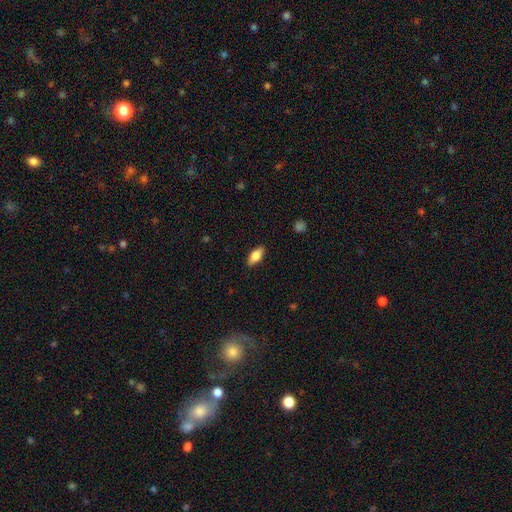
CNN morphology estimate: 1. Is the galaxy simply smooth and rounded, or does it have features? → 77% smooth, 16% featured or disk, 7% star or artifact.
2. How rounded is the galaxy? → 84% in between, 13% cigar-shaped, 3% round.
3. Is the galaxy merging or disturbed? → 88% none, 9% minor disturbance, 2% major disturbance, 1% merger.